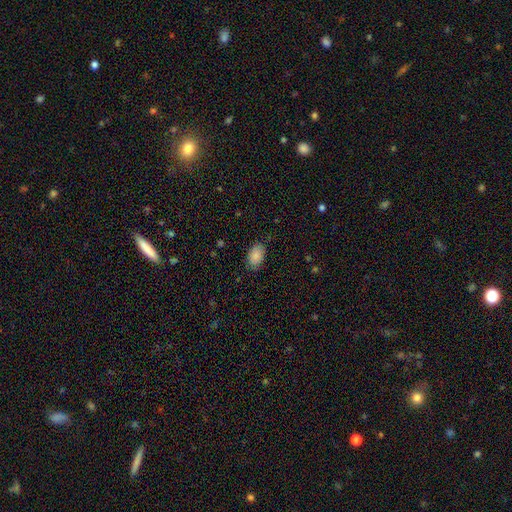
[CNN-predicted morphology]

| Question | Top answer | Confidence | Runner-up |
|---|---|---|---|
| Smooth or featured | smooth | 88% | star or artifact (7%) |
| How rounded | in between | 87% | round (12%) |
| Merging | none | 81% | minor disturbance (15%) |